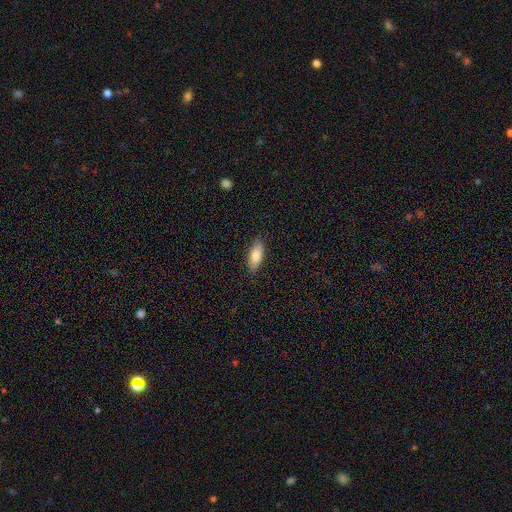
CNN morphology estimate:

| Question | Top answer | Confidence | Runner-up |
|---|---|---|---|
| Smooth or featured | smooth | 83% | featured or disk (11%) |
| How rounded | in between | 72% | cigar-shaped (26%) |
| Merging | none | 87% | minor disturbance (10%) |